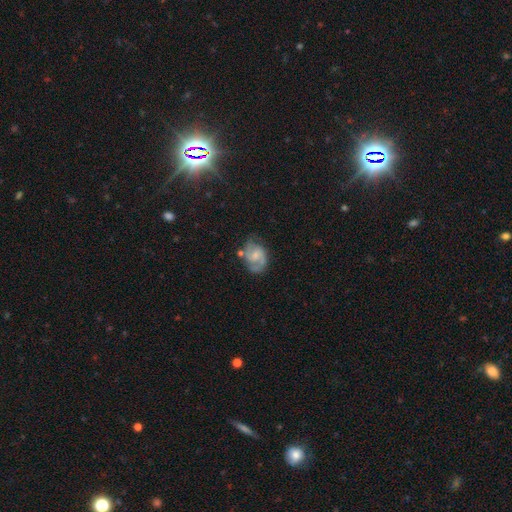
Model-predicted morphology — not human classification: type=featured or disk (73%); edge-on=no (98%); bar=no (48%); spiral arms=yes (92%); winding=medium (52%); arm count=2 (81%); bulge=small (44%); merging=none (61%).